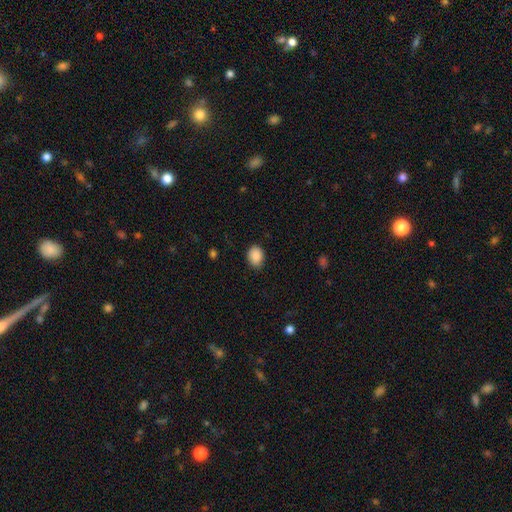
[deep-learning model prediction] Q: Smooth or featured?
A: smooth (89%); runner-up: star or artifact (7%)
Q: How rounded?
A: in between (68%); runner-up: round (32%)
Q: Merging?
A: none (80%); runner-up: minor disturbance (16%)